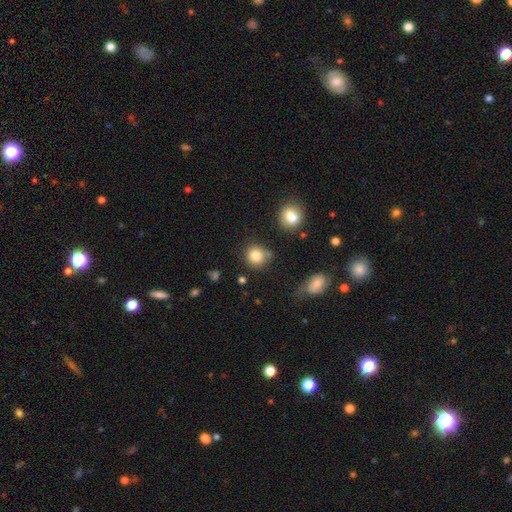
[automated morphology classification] Smooth or featured? smooth (82%)
How rounded? round (88%)
Merging? none (70%)